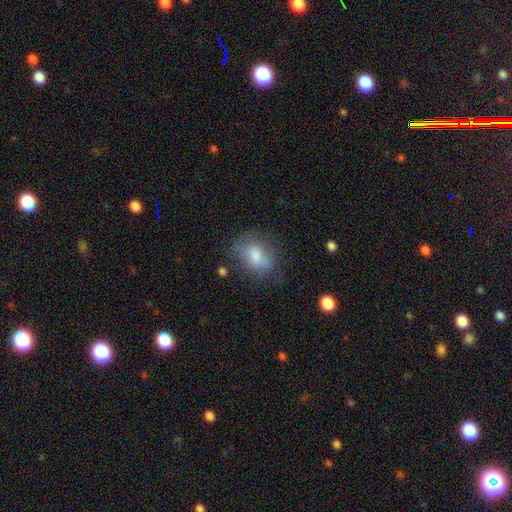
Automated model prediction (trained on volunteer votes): Morphology: type=smooth (68%); roundness=in between (70%); merging=none (57%).